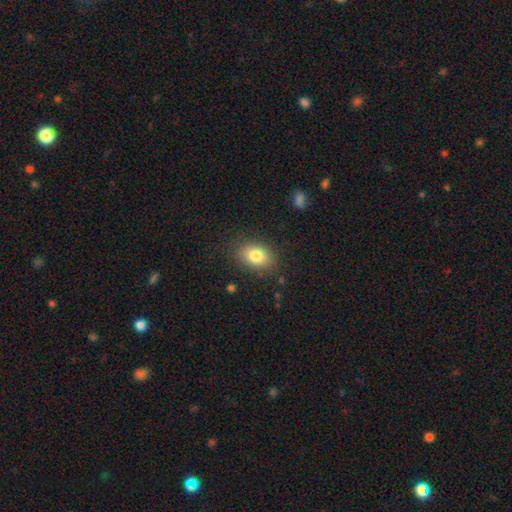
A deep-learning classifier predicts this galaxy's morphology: This is clearly a smooth galaxy (82%). How rounded: likely in between (79%). Merging: clearly none (83%).